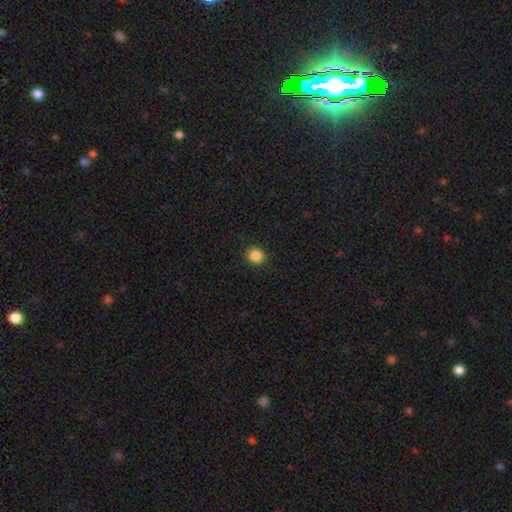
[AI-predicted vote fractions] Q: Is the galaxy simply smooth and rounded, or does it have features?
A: smooth — 86%.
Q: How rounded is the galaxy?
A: round — 92%.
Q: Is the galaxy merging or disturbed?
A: none — 91%.